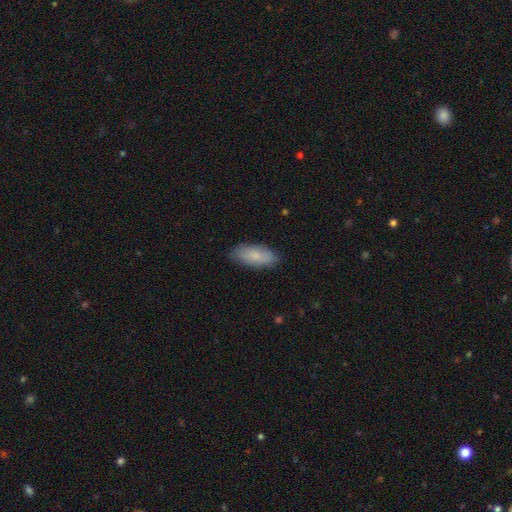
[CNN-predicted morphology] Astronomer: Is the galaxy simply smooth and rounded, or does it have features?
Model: smooth — 80%.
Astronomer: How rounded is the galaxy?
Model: in between — 79%.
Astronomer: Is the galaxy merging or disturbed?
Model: none — 83%.